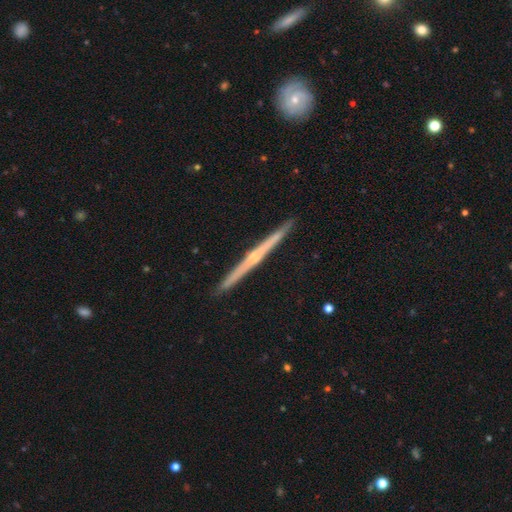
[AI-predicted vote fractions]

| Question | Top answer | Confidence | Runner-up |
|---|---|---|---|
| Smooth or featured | featured or disk | 80% | smooth (15%) |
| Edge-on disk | yes | 98% | no (2%) |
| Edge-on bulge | rounded | 61% | none (32%) |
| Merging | none | 93% | minor disturbance (5%) |